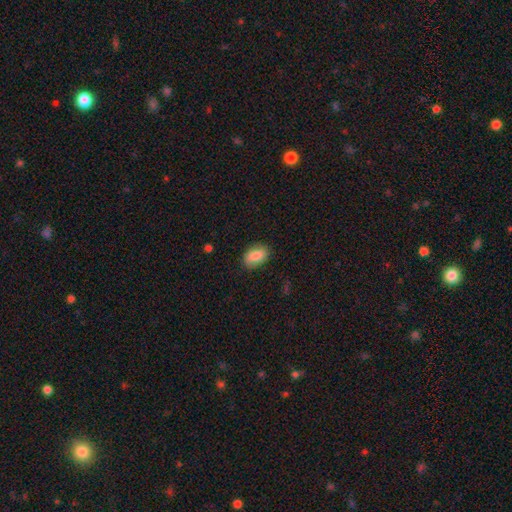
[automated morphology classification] A smooth galaxy with no disk features (84%) that is in between round and cigar-shaped (86%). Merging: none (84%).